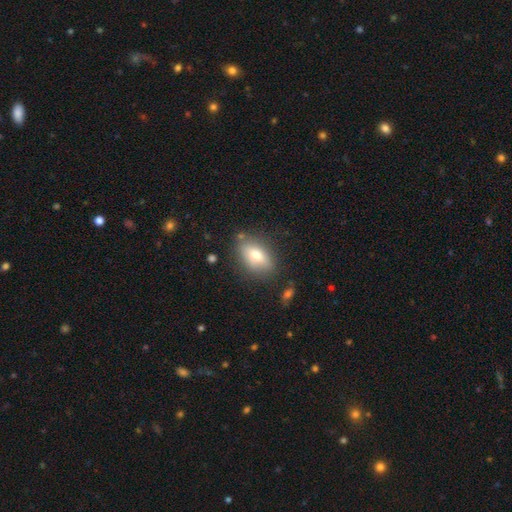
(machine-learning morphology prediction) Q: Smooth or featured?
A: smooth (68%); runner-up: featured or disk (23%)
Q: How rounded?
A: in between (85%); runner-up: round (9%)
Q: Merging?
A: none (78%); runner-up: minor disturbance (15%)